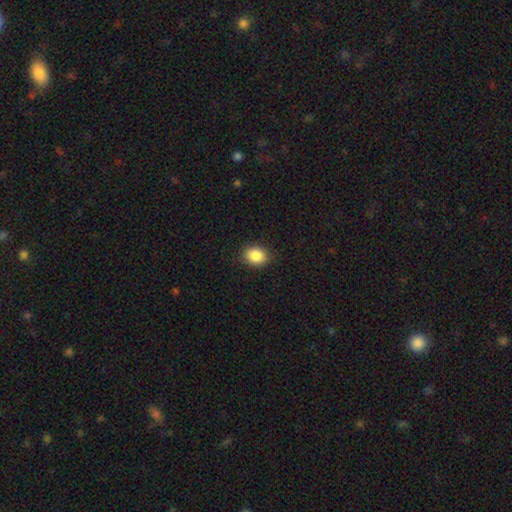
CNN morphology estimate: This appears to be a smooth galaxy with no disk features (88%) that is in between round and cigar-shaped (53%). Merging: none (87%).